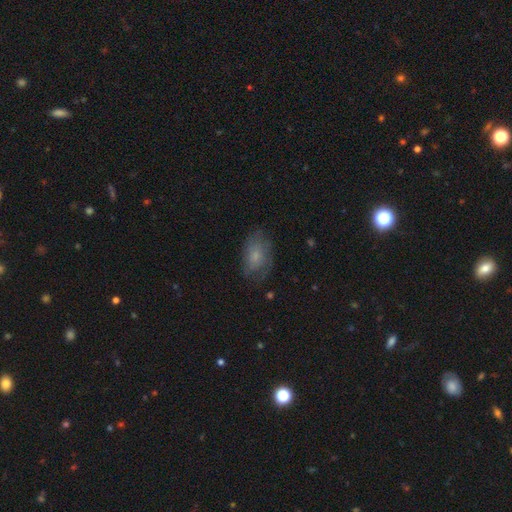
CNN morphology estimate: Smooth or featured? Predicted: smooth (p=0.54). How rounded? Predicted: in between (p=0.87). Merging? Predicted: none (p=0.61).